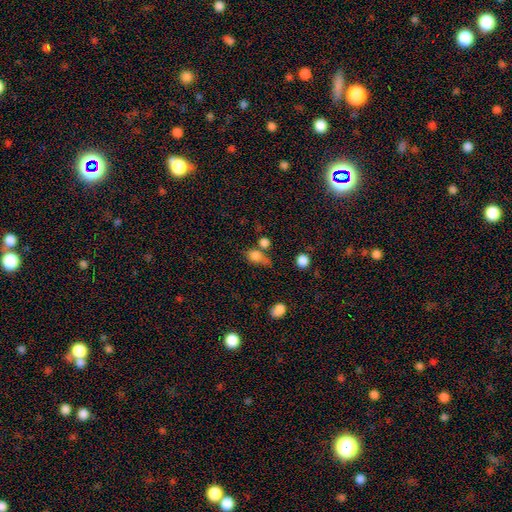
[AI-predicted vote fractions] Overall: smooth (77%). How rounded: round (51%; in between 45%). Merging: none (38%; merger 29%).